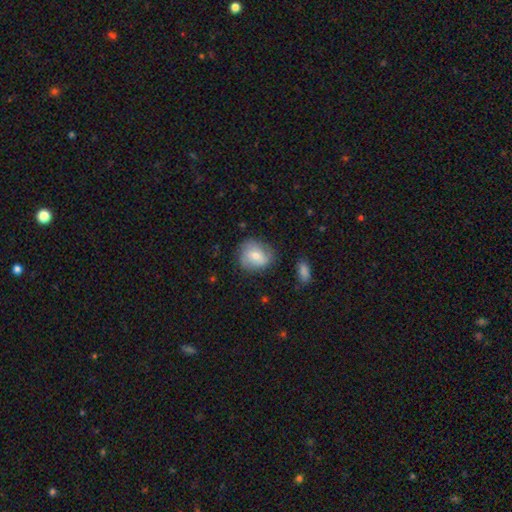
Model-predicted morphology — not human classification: Smooth or featured? smooth (53%)
How rounded? round (70%)
Merging? none (68%)